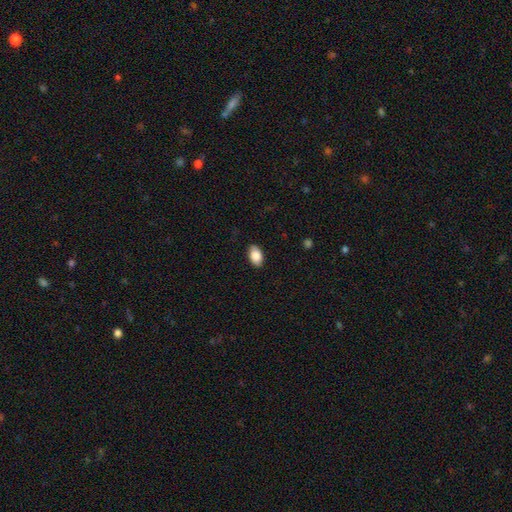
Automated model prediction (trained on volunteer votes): Smooth or featured? Predicted: smooth (p=0.87). How rounded? Predicted: in between (p=0.91). Merging? Predicted: none (p=0.88).